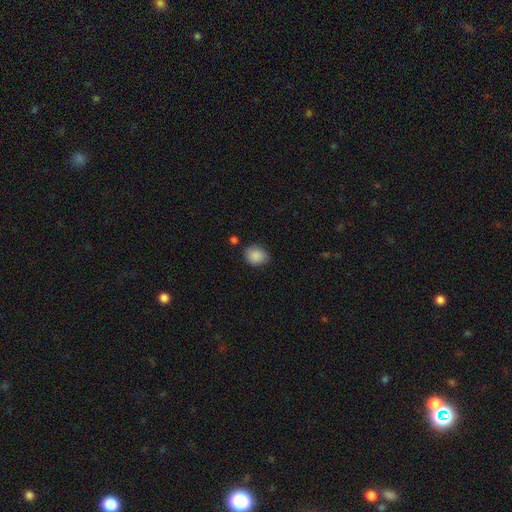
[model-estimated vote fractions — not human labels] The model was most divided on "how rounded": in between: 58%, round: 41%, cigar-shaped: 1%. More confident: smooth or featured — smooth (88%); merging — none (76%).